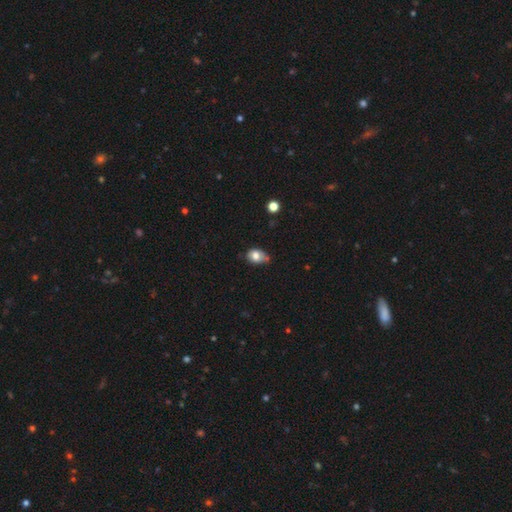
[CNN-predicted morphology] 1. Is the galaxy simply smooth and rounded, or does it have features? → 74% smooth, 17% featured or disk, 9% star or artifact.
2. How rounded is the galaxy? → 74% in between, 25% round, 1% cigar-shaped.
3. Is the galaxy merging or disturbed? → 44% none, 41% minor disturbance, 10% major disturbance, 5% merger.